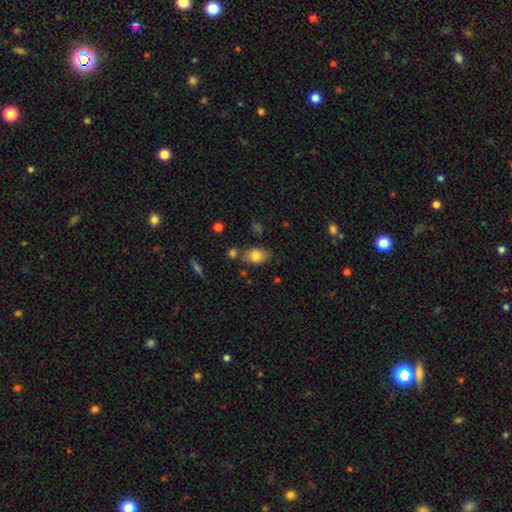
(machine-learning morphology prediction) smooth 79%, featured or disk 13%, star or artifact 9%. Down the decision tree: how rounded — in between (80%); merging — none (68%).